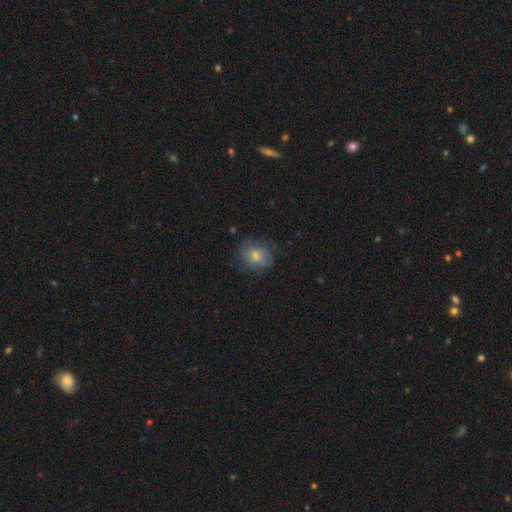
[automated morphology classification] This appears to be a smooth galaxy with no disk features (66%) that is round (67%). Merging: none (68%).